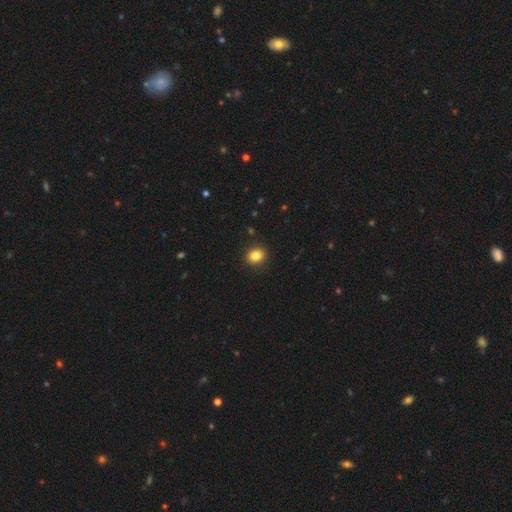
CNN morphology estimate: smooth 84%, star or artifact 10%, featured or disk 5%. Down the decision tree: how rounded — round (56%); merging — none (90%).